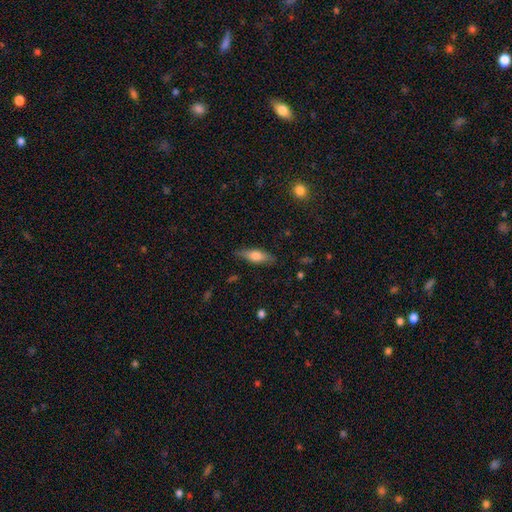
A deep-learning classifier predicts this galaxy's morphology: This appears to be a smooth galaxy with no disk features (63%) that is in between round and cigar-shaped (57%). Merging: none (82%).